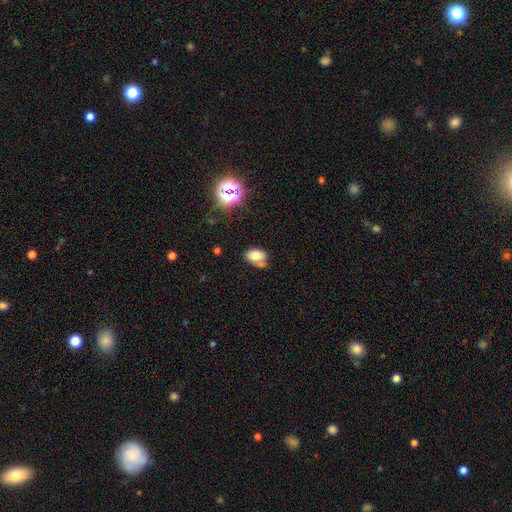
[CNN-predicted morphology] smooth-or-featured: smooth: 73% | featured or disk: 14% | star or artifact: 13%
  how-rounded: in between: 83% | round: 15% | cigar-shaped: 1%
  merging: none: 52% | minor disturbance: 24% | merger: 17% | major disturbance: 7%